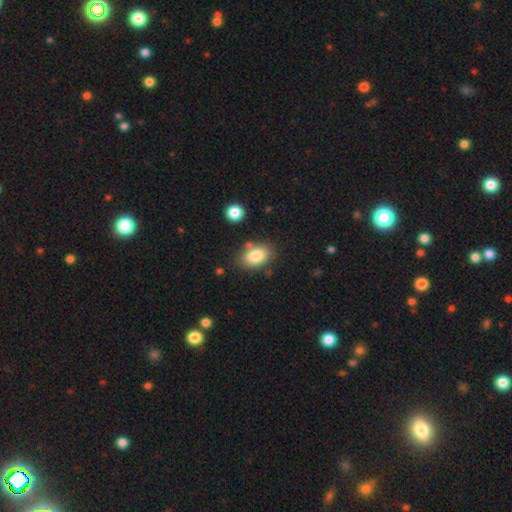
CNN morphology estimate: Q: Smooth or featured?
A: smooth (83%); runner-up: featured or disk (8%)
Q: How rounded?
A: in between (84%); runner-up: round (15%)
Q: Merging?
A: none (78%); runner-up: minor disturbance (12%)